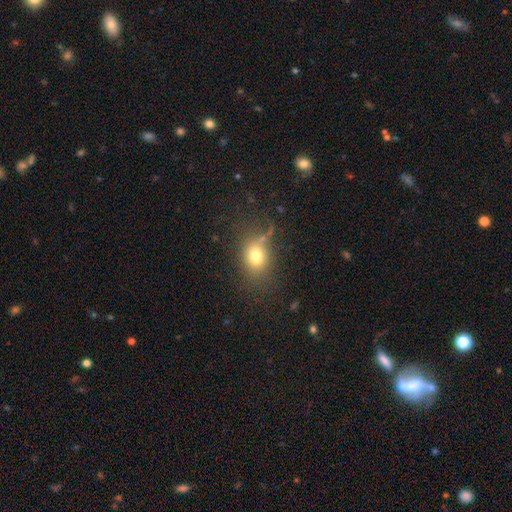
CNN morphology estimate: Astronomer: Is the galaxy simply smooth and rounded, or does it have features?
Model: smooth — 74%.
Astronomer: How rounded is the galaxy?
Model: in between — 57% (runner-up: round, 42%).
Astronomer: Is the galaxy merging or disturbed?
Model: none — 67%.